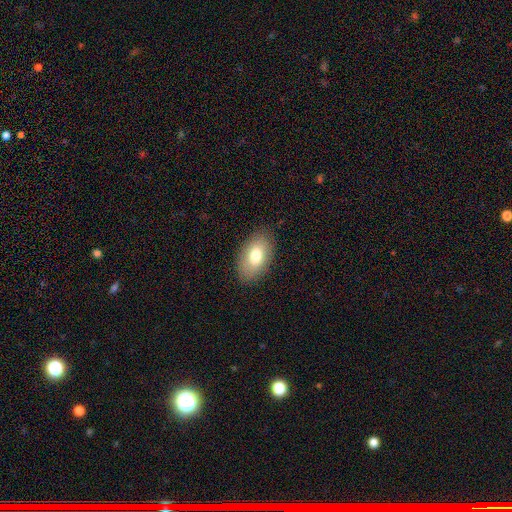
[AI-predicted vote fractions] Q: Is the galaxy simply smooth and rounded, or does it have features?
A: smooth — 76%.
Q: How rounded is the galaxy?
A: in between — 93%.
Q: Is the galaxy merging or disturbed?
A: none — 86%.